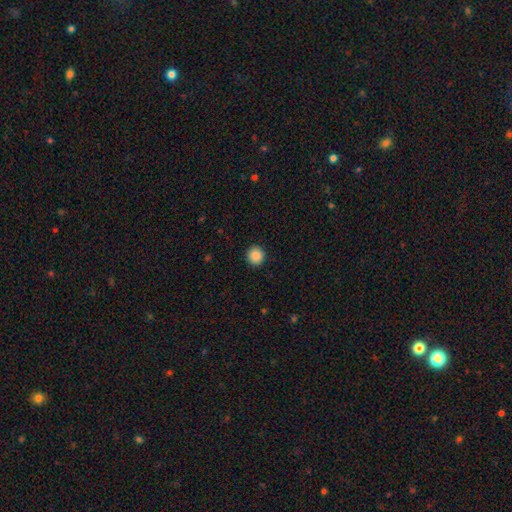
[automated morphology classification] Overall: smooth (88%). How rounded: round (93%). Merging: none (92%).